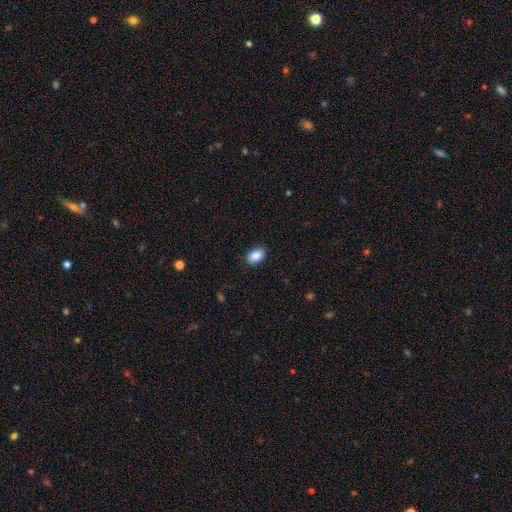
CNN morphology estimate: A smooth galaxy with no disk features (87%) that is in between round and cigar-shaped (87%).

Vote fractions:
- Smooth or featured? smooth: 87% / star or artifact: 8% / featured or disk: 5%
- How rounded? in between: 87% / round: 12% / cigar-shaped: 1%
- Merging? none: 89% / minor disturbance: 8% / major disturbance: 2% / merger: 1%